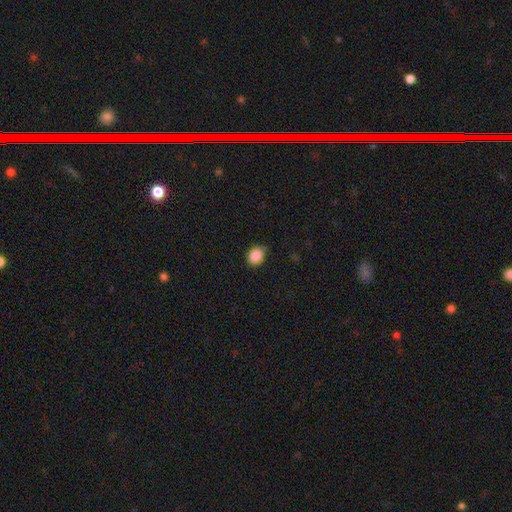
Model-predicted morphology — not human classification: Q: Smooth or featured?
A: smooth (87%); runner-up: star or artifact (9%)
Q: How rounded?
A: round (60%); runner-up: in between (39%)
Q: Merging?
A: none (73%); runner-up: minor disturbance (22%)